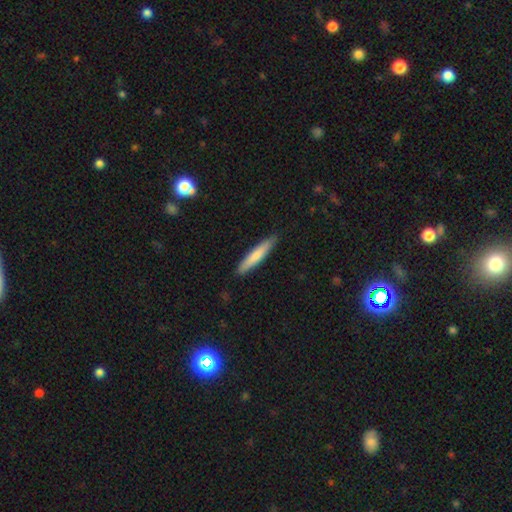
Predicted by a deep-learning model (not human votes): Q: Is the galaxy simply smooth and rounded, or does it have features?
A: smooth — 75%.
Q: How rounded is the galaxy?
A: cigar-shaped — 92%.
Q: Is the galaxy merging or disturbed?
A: none — 89%.